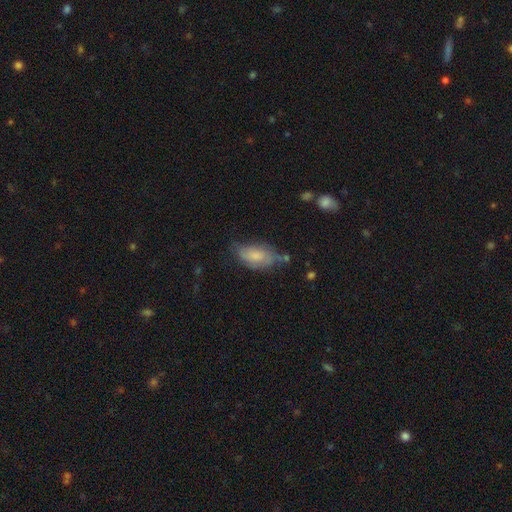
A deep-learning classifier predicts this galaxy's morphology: smooth-or-featured: smooth: 67% | featured or disk: 25% | star or artifact: 8%
  how-rounded: in between: 91% | cigar-shaped: 6% | round: 4%
  merging: none: 45% | minor disturbance: 37% | major disturbance: 13% | merger: 5%